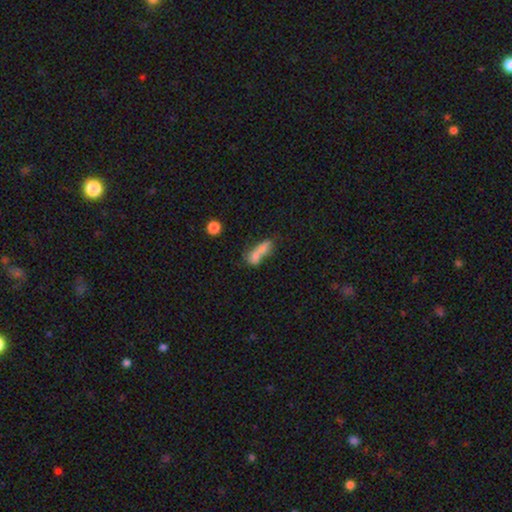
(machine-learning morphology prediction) A smooth galaxy with no disk features (67%) that is in between round and cigar-shaped (61%). Merging: merger (59%).